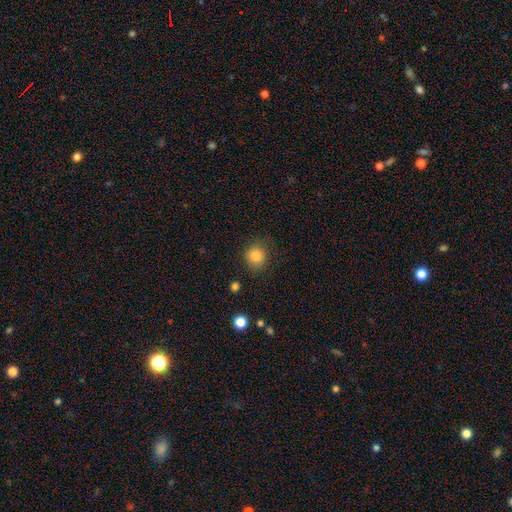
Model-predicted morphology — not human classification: Smooth or featured?
  - smooth: 85% *
  - star or artifact: 10%
  - featured or disk: 5%
How rounded?
  - round: 85% *
  - in between: 14%
  - cigar-shaped: 1%
Merging?
  - none: 80% *
  - minor disturbance: 14%
  - major disturbance: 4%
  - merger: 2%